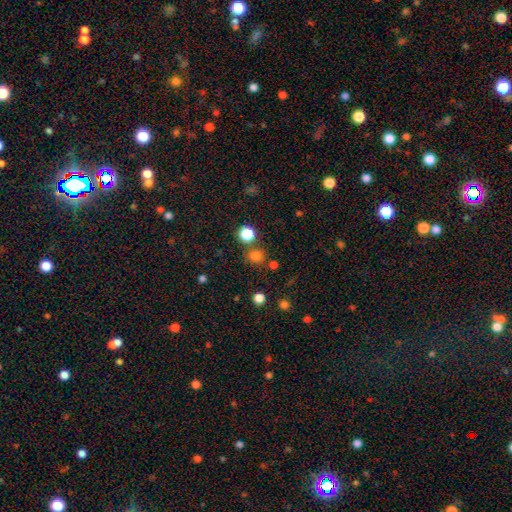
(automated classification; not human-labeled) This appears to be a smooth galaxy with no disk features (78%) that is round (86%). Merging: none (76%).